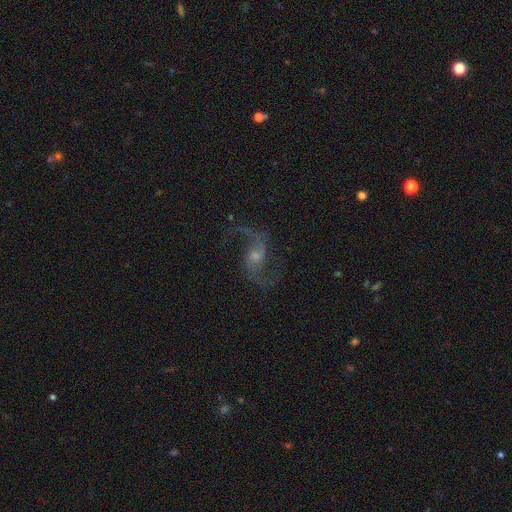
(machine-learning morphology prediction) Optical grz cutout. It shows a featured or disk galaxy (88%) with no bar (48%), 2 (93%) loose (68%) spiral arms (97%) and a small central bulge (48%). Merging: none (77%).